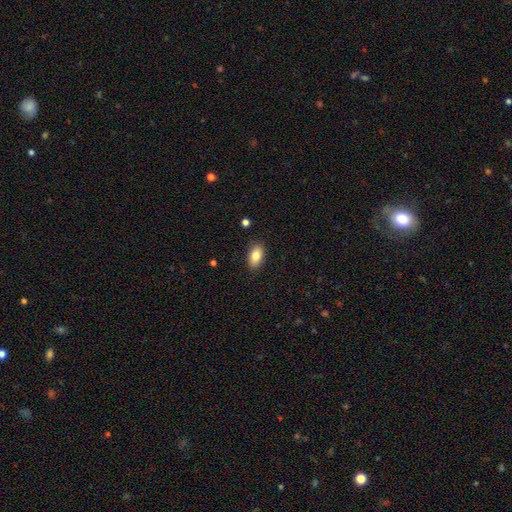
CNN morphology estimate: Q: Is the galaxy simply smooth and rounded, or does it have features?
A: smooth — 82%.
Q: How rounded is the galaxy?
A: in between — 91%.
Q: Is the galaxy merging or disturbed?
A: none — 87%.